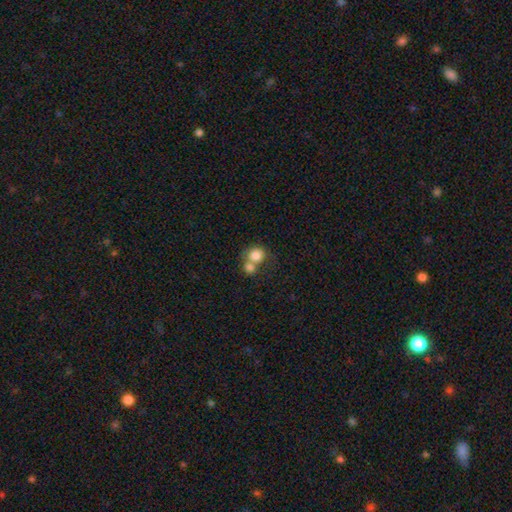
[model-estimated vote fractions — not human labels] Q: Smooth or featured?
A: smooth (80%); runner-up: featured or disk (11%)
Q: How rounded?
A: round (76%); runner-up: in between (23%)
Q: Merging?
A: merger (56%); runner-up: none (33%)